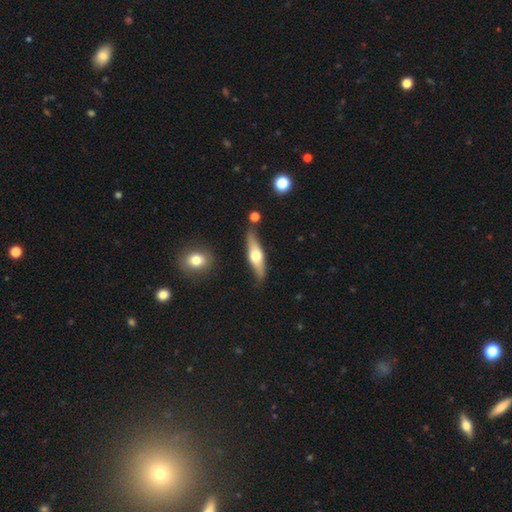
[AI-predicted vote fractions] Morphology: type=featured or disk (55%); edge-on=yes (88%); merging=none (77%).